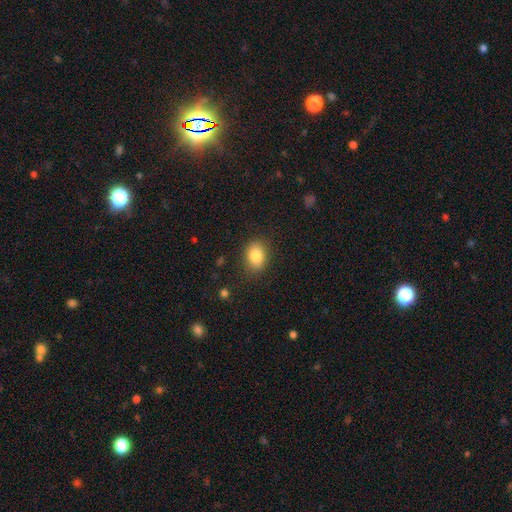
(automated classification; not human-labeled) The model was most divided on "how rounded": in between: 72%, round: 27%, cigar-shaped: 1%. More confident: smooth or featured — smooth (84%); merging — none (84%).